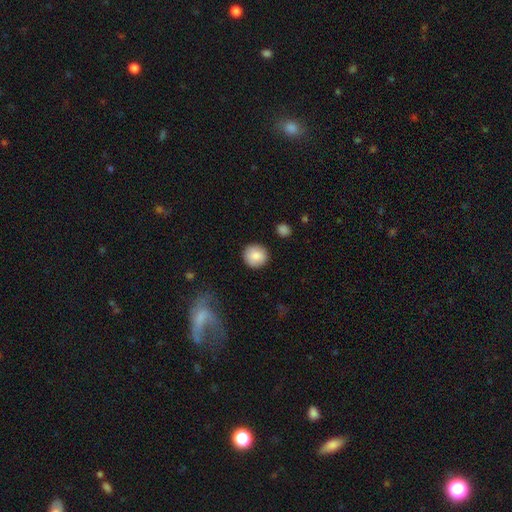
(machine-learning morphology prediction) Overall: smooth (86%). How rounded: round (92%). Merging: none (89%).